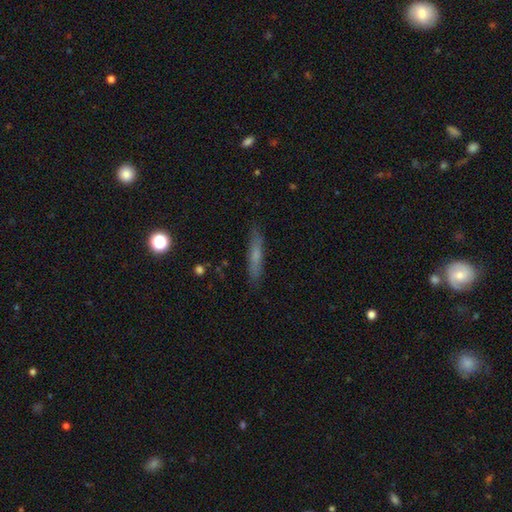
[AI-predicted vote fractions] Morphology: type=smooth (56%); roundness=cigar-shaped (89%); merging=none (86%).